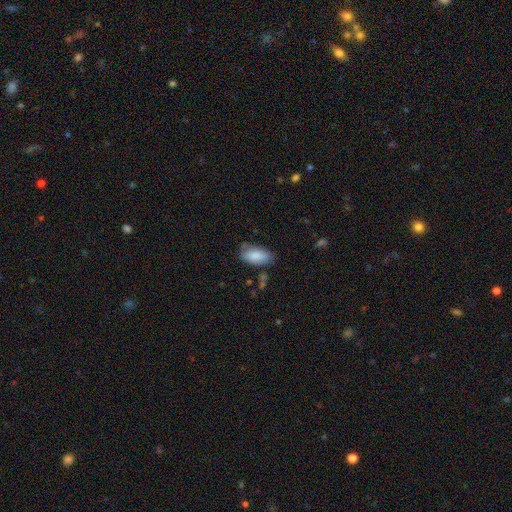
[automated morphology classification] The model was most divided on "merging": none: 69%, minor disturbance: 23%, major disturbance: 5%, merger: 3%. More confident: how rounded — in between (90%); smooth or featured — smooth (84%).